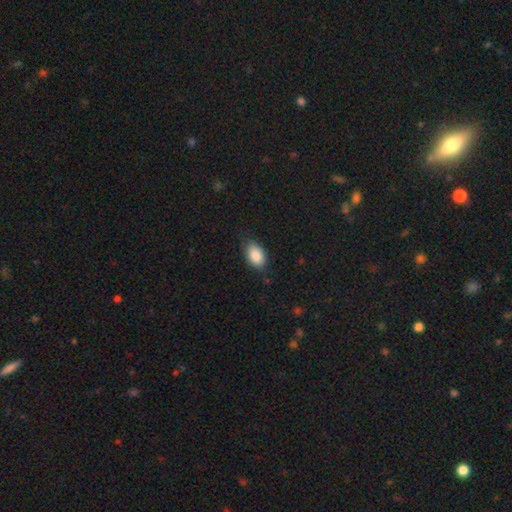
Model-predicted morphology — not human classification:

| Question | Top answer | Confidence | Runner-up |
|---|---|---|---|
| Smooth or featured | smooth | 87% | star or artifact (7%) |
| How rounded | in between | 90% | round (8%) |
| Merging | none | 73% | minor disturbance (22%) |